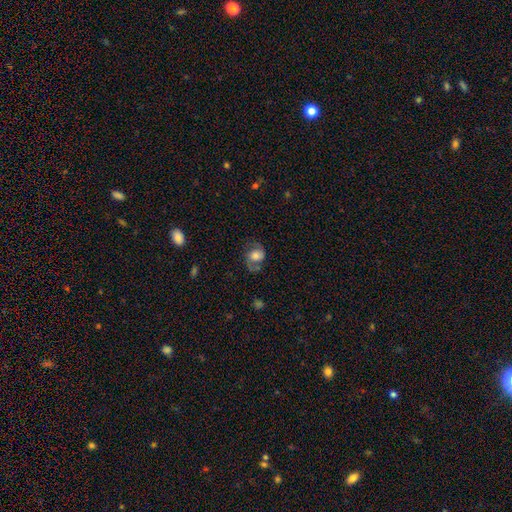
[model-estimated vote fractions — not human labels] Q: Smooth or featured?
A: featured or disk (61%); runner-up: smooth (30%)
Q: Edge-on disk?
A: no (97%); runner-up: yes (3%)
Q: Bar?
A: no (64%); runner-up: weak (28%)
Q: Spiral arms?
A: yes (88%); runner-up: no (12%)
Q: Spiral winding?
A: medium (49%); runner-up: loose (31%)
Q: Spiral arm count?
A: 2 (85%); runner-up: 1 (7%)
Q: Bulge size?
A: moderate (53%); runner-up: large (25%)
Q: Merging?
A: none (66%); runner-up: minor disturbance (19%)